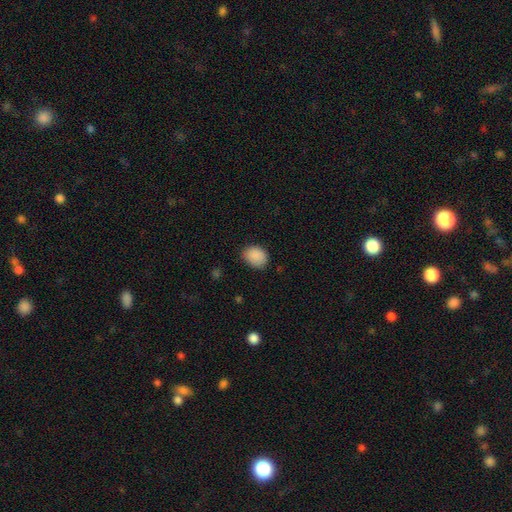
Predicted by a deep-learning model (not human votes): Smooth or featured? Predicted: smooth (p=0.89). How rounded? Predicted: in between (p=0.57). Merging? Predicted: none (p=0.79).